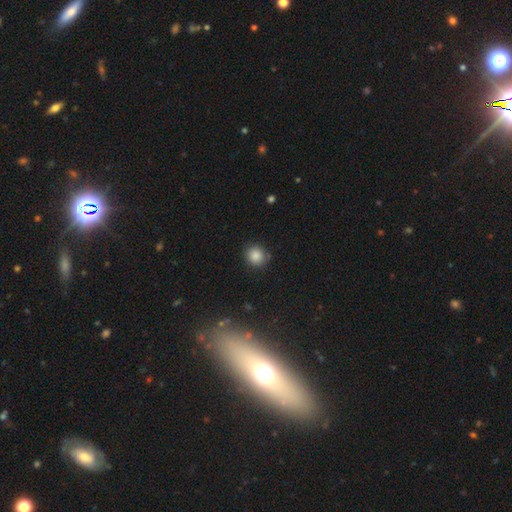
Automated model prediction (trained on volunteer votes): smooth 85%, star or artifact 10%, featured or disk 4%. Down the decision tree: how rounded — round (87%); merging — none (86%).